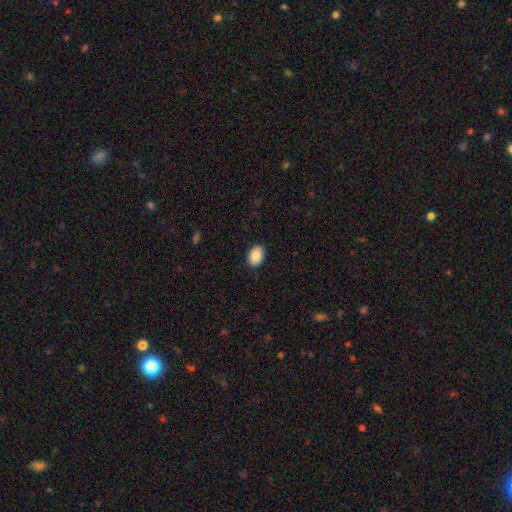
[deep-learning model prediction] Overall: smooth (89%). How rounded: in between (82%). Merging: none (89%).